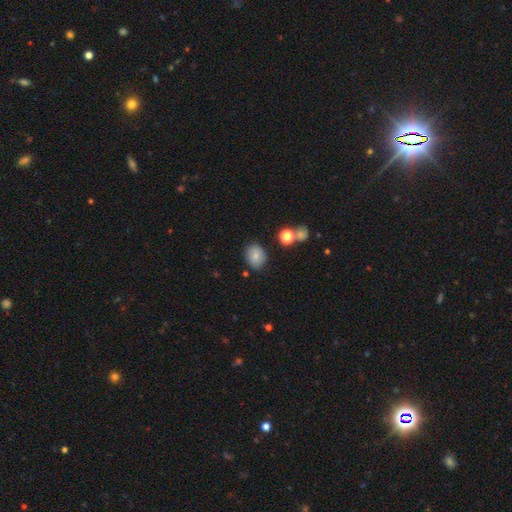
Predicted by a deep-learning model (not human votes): The model was most divided on "how rounded": in between: 55%, round: 44%, cigar-shaped: 1%. More confident: merging — none (79%); smooth or featured — smooth (78%).